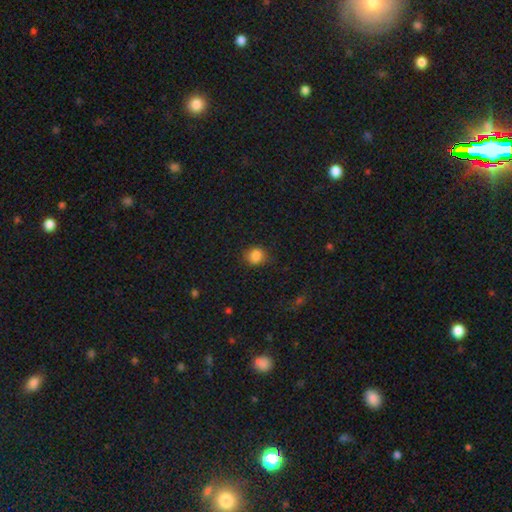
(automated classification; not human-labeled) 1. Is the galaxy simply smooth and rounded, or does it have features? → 85% smooth, 11% star or artifact, 5% featured or disk.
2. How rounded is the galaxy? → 69% round, 30% in between, 1% cigar-shaped.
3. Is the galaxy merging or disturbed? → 78% none, 17% minor disturbance, 4% major disturbance, 1% merger.